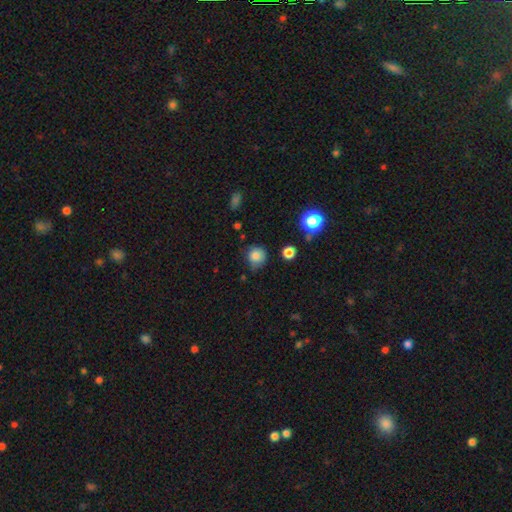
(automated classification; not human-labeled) A smooth galaxy with no disk features (81%) that is round (86%).

Vote fractions:
- Smooth or featured? smooth: 81% / star or artifact: 12% / featured or disk: 7%
- How rounded? round: 86% / in between: 13% / cigar-shaped: 1%
- Merging? none: 64% / minor disturbance: 26% / major disturbance: 6% / merger: 3%